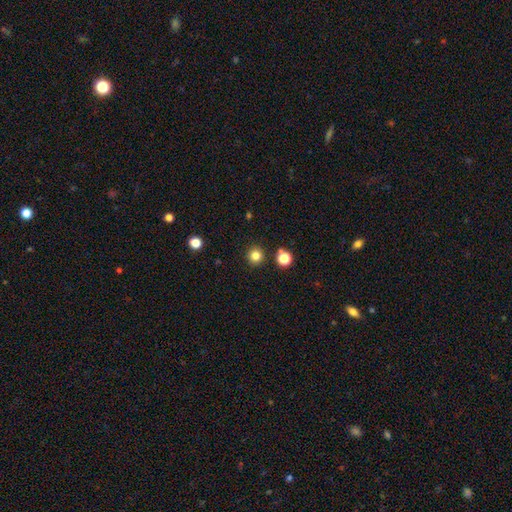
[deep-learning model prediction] smooth_or_featured: smooth (p=0.82) [alt: star or artifact p=0.14]
how_rounded: round (p=0.95) [alt: in between p=0.04]
merging: none (p=0.90) [alt: minor disturbance p=0.05]